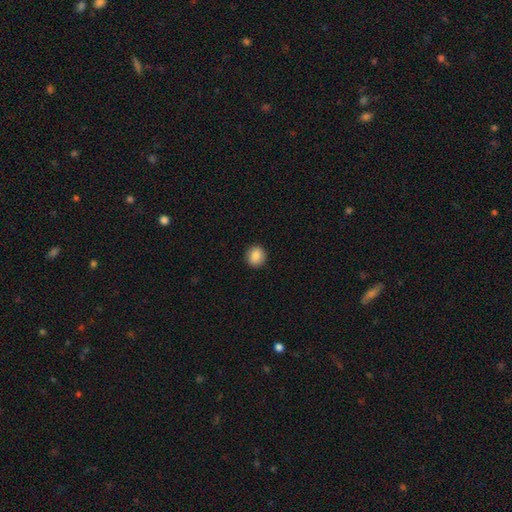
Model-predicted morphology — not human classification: type=smooth (87%); roundness=round (86%); merging=none (91%).